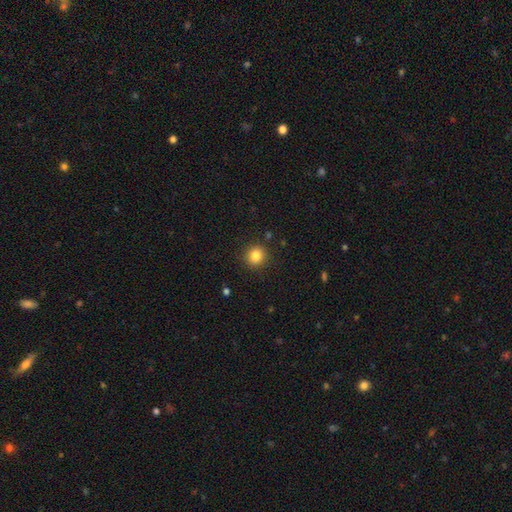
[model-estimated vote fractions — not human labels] This appears to be a smooth galaxy with no disk features (84%) that is round (90%). Merging: none (89%).